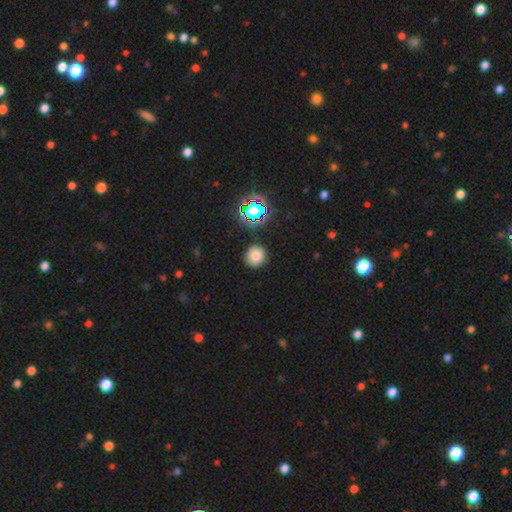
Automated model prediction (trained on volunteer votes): Smooth or featured? smooth (77%)
How rounded? round (92%)
Merging? none (88%)